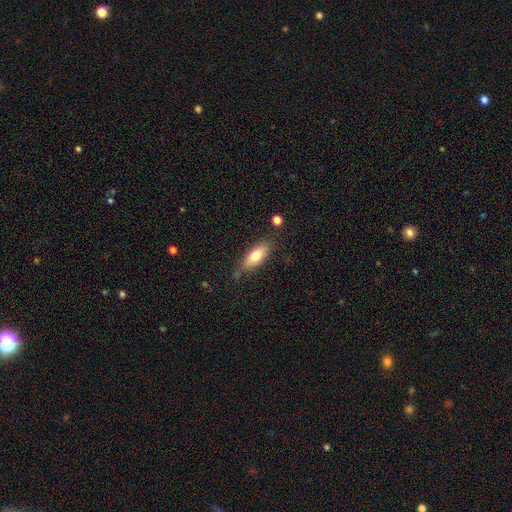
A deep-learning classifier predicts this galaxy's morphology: Q: Smooth or featured?
A: smooth (75%); runner-up: featured or disk (18%)
Q: How rounded?
A: in between (74%); runner-up: cigar-shaped (23%)
Q: Merging?
A: none (77%); runner-up: minor disturbance (16%)